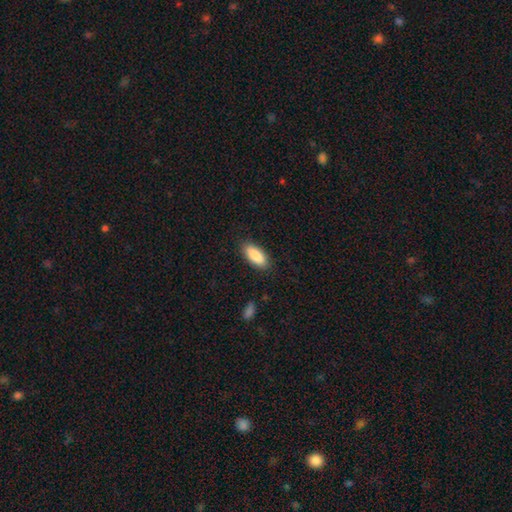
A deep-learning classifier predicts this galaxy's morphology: This is clearly a smooth galaxy (88%). How rounded: likely in between (80%). Merging: clearly none (87%).